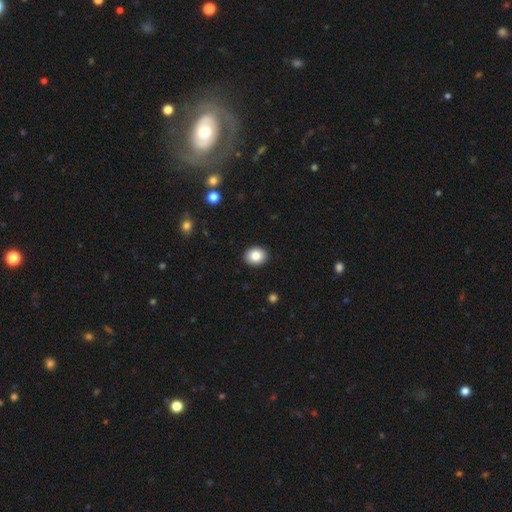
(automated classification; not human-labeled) A smooth galaxy with no disk features (85%) that is round (50%).

Vote fractions:
- Smooth or featured? smooth: 85% / star or artifact: 9% / featured or disk: 7%
- How rounded? round: 50% / in between: 49% / cigar-shaped: 1%
- Merging? none: 92% / minor disturbance: 6% / major disturbance: 2% / merger: 1%